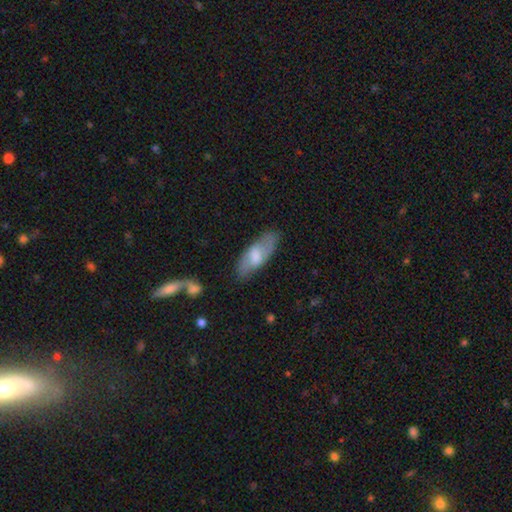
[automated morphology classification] smooth 55%, featured or disk 39%, star or artifact 6%. Down the decision tree: how rounded — in between (73%); merging — none (76%).